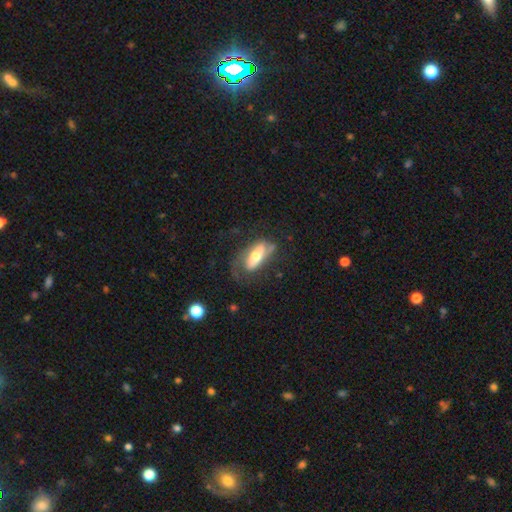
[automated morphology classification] smooth_or_featured: featured or disk (p=0.50) [alt: smooth p=0.44]
merging: none (p=0.42) [alt: major disturbance p=0.29]